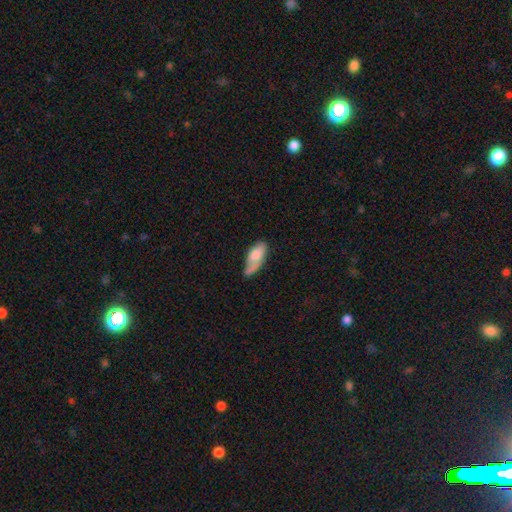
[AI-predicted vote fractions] Morphology: type=smooth (73%); roundness=in between (81%); merging=none (41%).